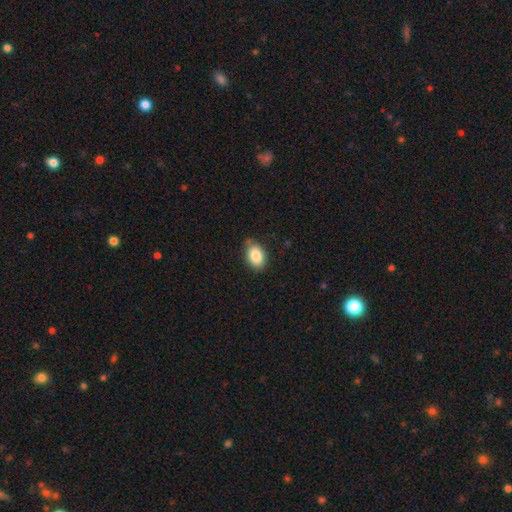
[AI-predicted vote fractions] This appears to be a smooth galaxy with no disk features (85%) that is in between round and cigar-shaped (81%). Merging: none (80%).